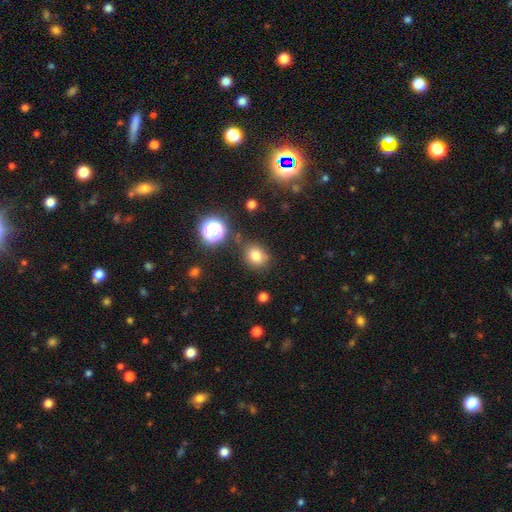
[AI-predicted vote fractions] A smooth galaxy with no disk features (77%) that is round (61%). Merging: none (78%).